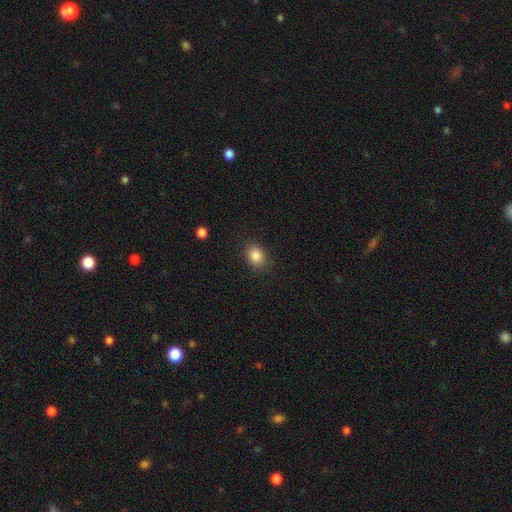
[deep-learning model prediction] This is clearly a smooth galaxy (86%). How rounded: possibly in between (58%). Merging: clearly none (86%).